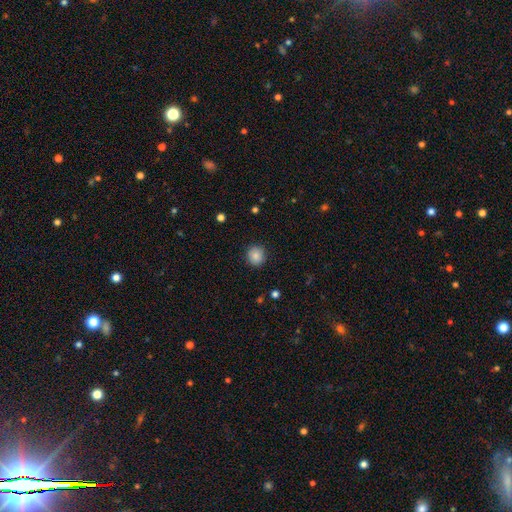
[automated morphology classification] smooth 86%, star or artifact 9%, featured or disk 5%. Down the decision tree: how rounded — round (87%); merging — none (89%).